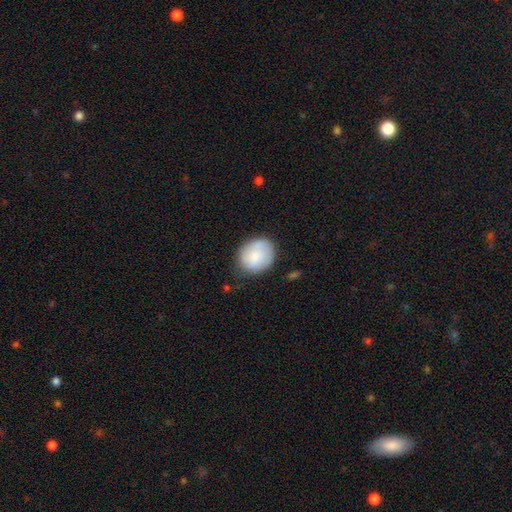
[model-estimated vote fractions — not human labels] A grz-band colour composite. It shows a smooth galaxy with no disk features (79%) that is round (69%). Merging: none (69%).